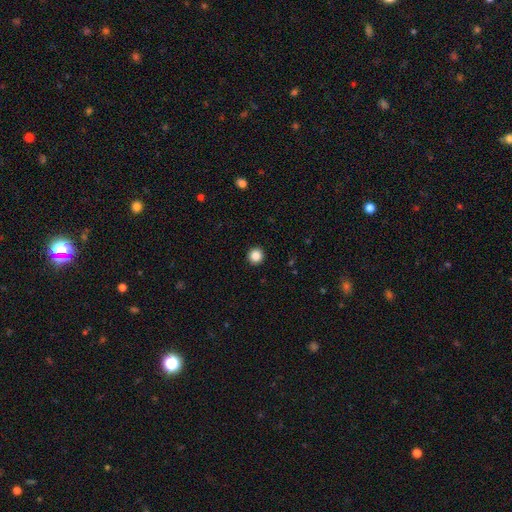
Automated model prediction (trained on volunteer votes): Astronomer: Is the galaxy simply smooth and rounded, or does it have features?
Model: smooth — 86%.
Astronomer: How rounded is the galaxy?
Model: round — 95%.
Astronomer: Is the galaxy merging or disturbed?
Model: none — 94%.